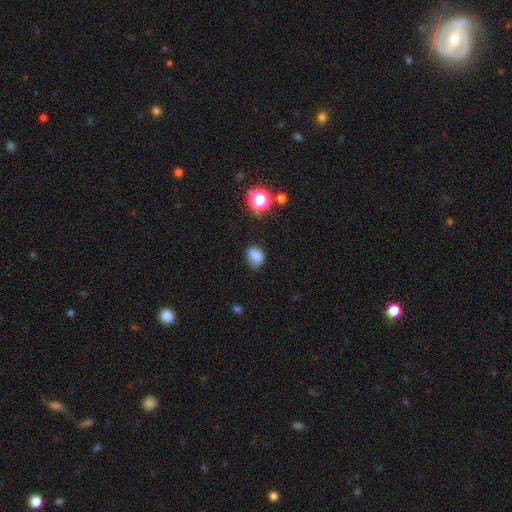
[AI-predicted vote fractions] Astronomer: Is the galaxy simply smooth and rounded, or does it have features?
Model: smooth — 78%.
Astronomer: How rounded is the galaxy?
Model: in between — 55% (runner-up: round, 43%).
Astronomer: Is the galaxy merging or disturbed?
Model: none — 63%.